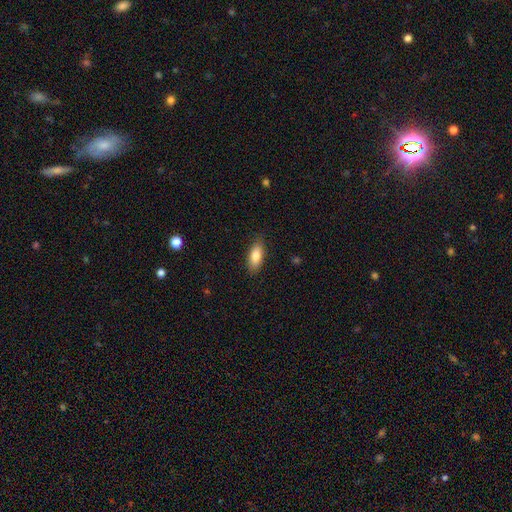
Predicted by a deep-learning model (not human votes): Smooth or featured? Predicted: smooth (p=0.84). How rounded? Predicted: in between (p=0.81). Merging? Predicted: none (p=0.86).